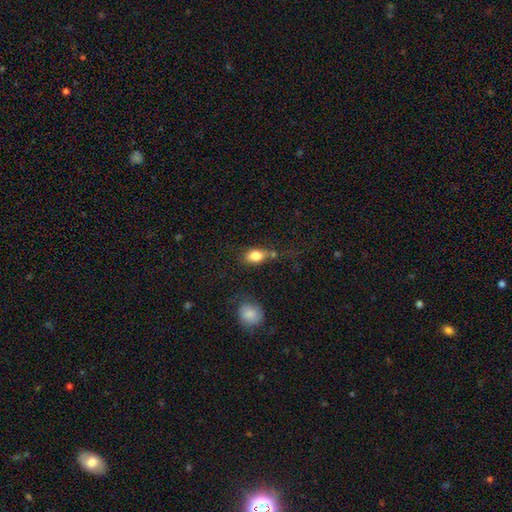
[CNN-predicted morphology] smooth 82%, featured or disk 10%, star or artifact 8%. Down the decision tree: how rounded — in between (77%); merging — none (59%).